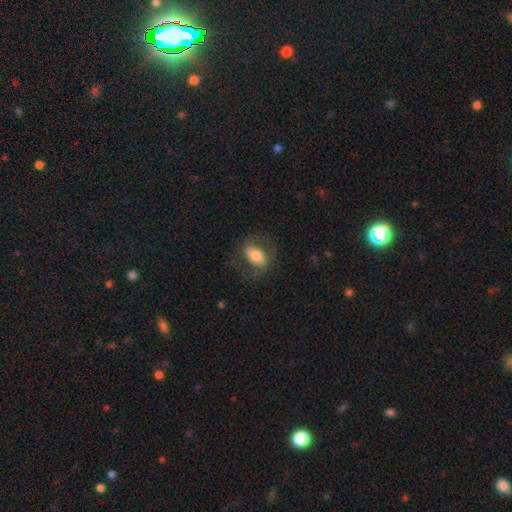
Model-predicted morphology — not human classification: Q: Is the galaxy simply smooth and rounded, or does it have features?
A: featured or disk — 51%.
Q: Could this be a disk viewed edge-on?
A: no — 93%.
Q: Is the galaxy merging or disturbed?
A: none — 68%.